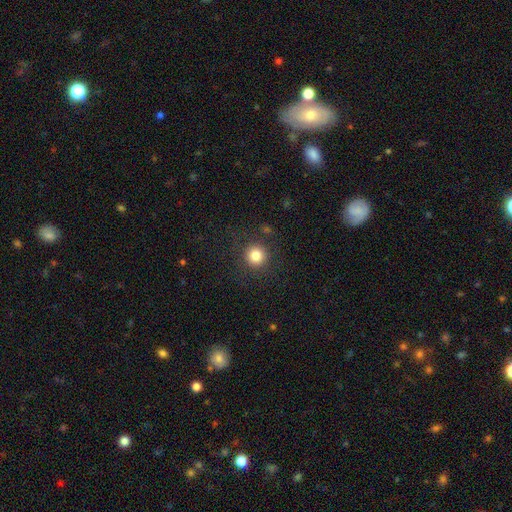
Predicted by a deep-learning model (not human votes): Smooth or featured: smooth — 83% (star or artifact — 11%)
How rounded: round — 94% (in between — 5%)
Merging: none — 89% (minor disturbance — 6%)